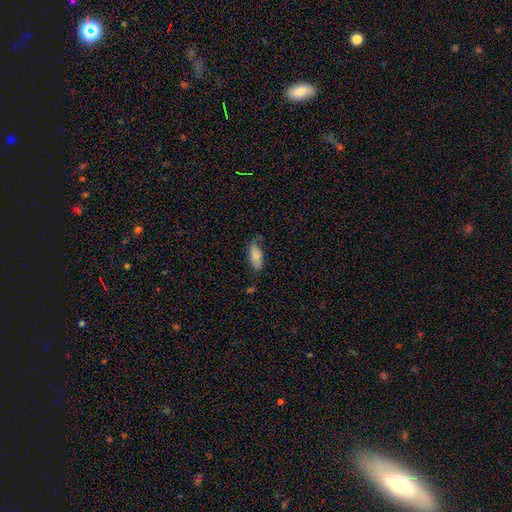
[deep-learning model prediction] The model was most divided on "merging": none: 61%, minor disturbance: 30%, major disturbance: 7%, merger: 2%. More confident: how rounded — in between (84%); smooth or featured — smooth (82%).